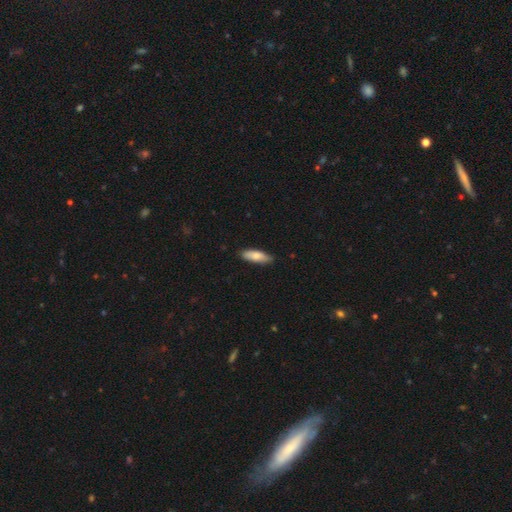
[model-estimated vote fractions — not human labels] The model was most divided on "how rounded": in between: 53%, cigar-shaped: 46%, round: 2%. More confident: merging — none (85%); smooth or featured — smooth (79%).